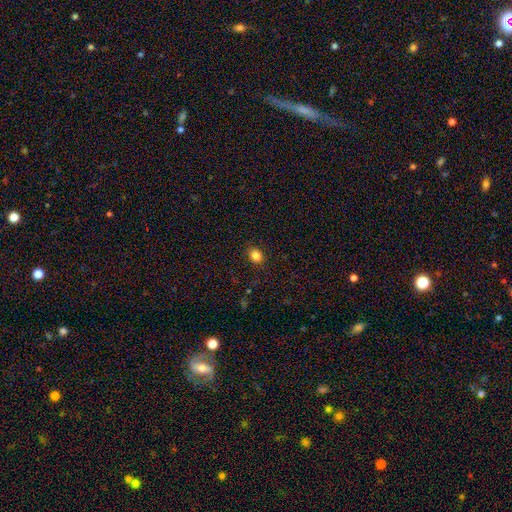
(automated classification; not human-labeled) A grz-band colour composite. It shows a smooth galaxy with no disk features (84%) that is round (64%). Merging: none (88%).